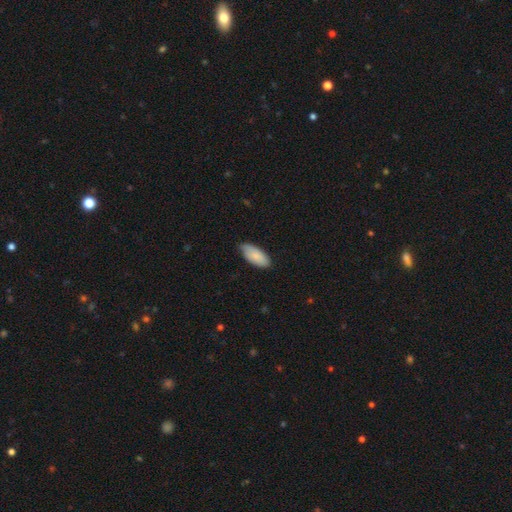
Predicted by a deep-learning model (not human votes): A smooth galaxy with no disk features (83%) that is in between round and cigar-shaped (90%).

Vote fractions:
- Smooth or featured? smooth: 83% / featured or disk: 11% / star or artifact: 6%
- How rounded? in between: 90% / cigar-shaped: 8% / round: 2%
- Merging? none: 73% / minor disturbance: 23% / major disturbance: 3% / merger: 1%